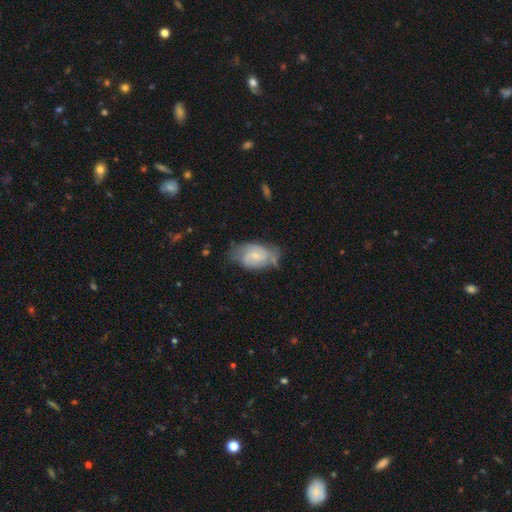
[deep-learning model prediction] This appears to be a featured or disk galaxy (61%) with no bar (54%), 2 (70%) medium (45%) spiral arms (87%) and a small central bulge (63%). Merging: none (54%).